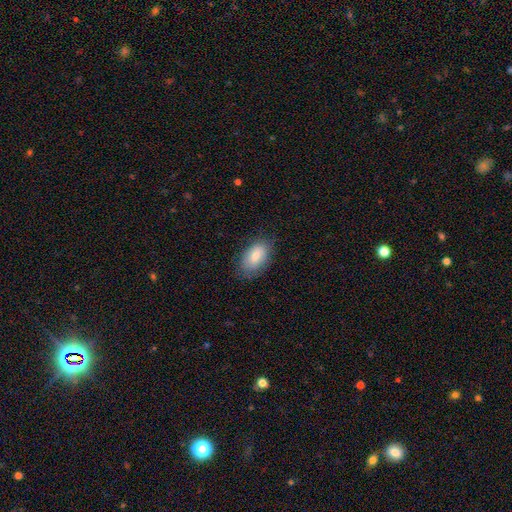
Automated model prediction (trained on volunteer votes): A smooth galaxy with no disk features (79%) that is in between round and cigar-shaped (92%).

Vote fractions:
- Smooth or featured? smooth: 79% / featured or disk: 14% / star or artifact: 7%
- How rounded? in between: 92% / round: 6% / cigar-shaped: 2%
- Merging? none: 78% / minor disturbance: 17% / major disturbance: 4% / merger: 1%